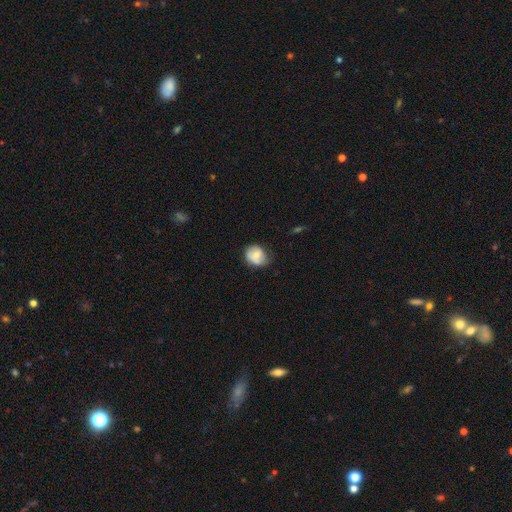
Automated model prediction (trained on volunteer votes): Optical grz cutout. It shows a smooth galaxy with no disk features (60%) that is round (57%). Merging: none (52%).